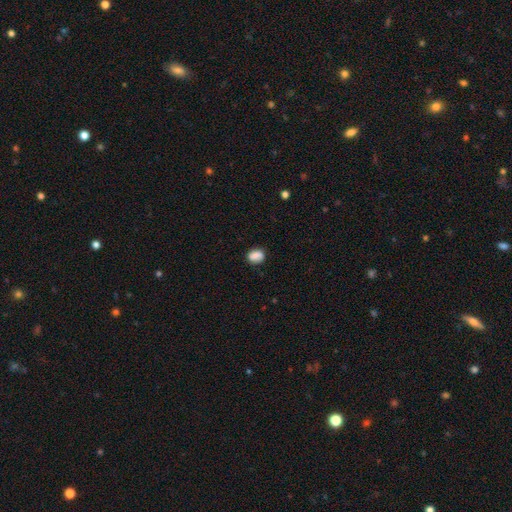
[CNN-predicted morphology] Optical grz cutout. It shows a smooth galaxy with no disk features (81%) that is in between round and cigar-shaped (60%). Merging: none (72%).